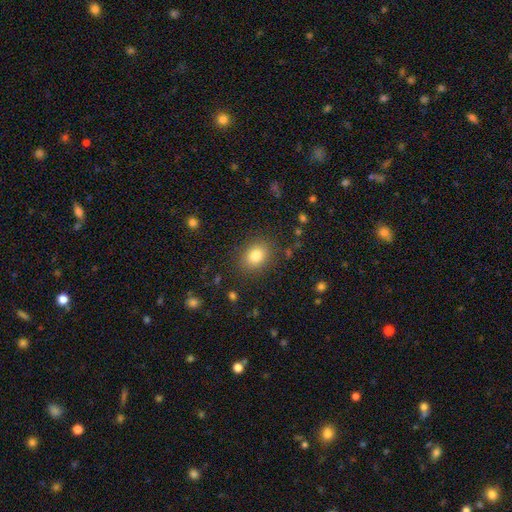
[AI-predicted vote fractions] A smooth galaxy with no disk features (81%) that is in between round and cigar-shaped (57%). Merging: none (86%).